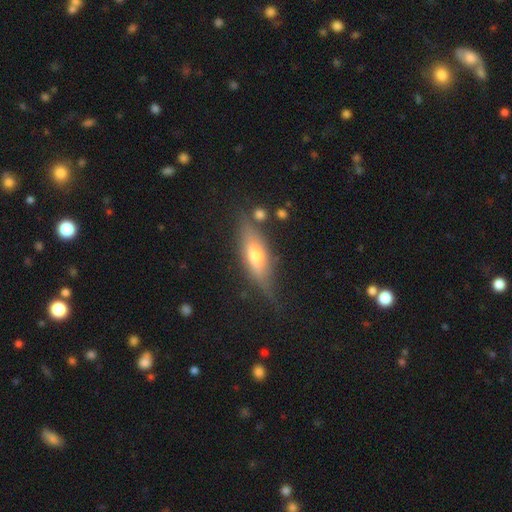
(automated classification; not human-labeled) Smooth or featured?
  - smooth: 46% * (tied)
  - featured or disk: 46% * (tied)
  - star or artifact: 8%
Merging?
  - none: 68% *
  - minor disturbance: 20%
  - major disturbance: 8%
  - merger: 4%